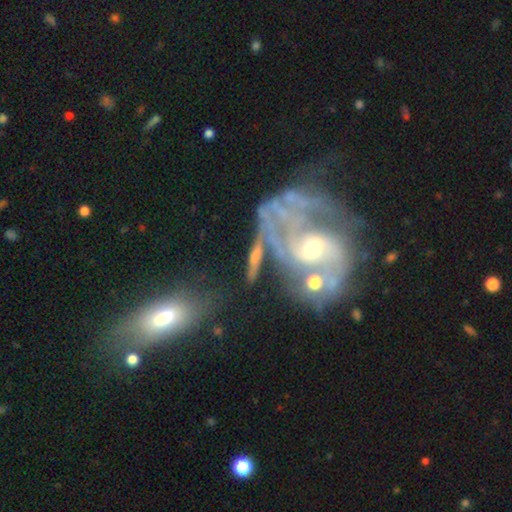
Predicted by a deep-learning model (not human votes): Q: Smooth or featured?
A: featured or disk (79%); runner-up: smooth (12%)
Q: Edge-on disk?
A: no (95%); runner-up: yes (5%)
Q: Bar?
A: no (65%); runner-up: weak (27%)
Q: Spiral arms?
A: yes (79%); runner-up: no (21%)
Q: Spiral winding?
A: medium (39%); runner-up: tight (37%)
Q: Spiral arm count?
A: 2 (38%); runner-up: can't tell (32%)
Q: Bulge size?
A: small (47%); runner-up: moderate (42%)
Q: Merging?
A: major disturbance (30%); tied with: merger (30%)